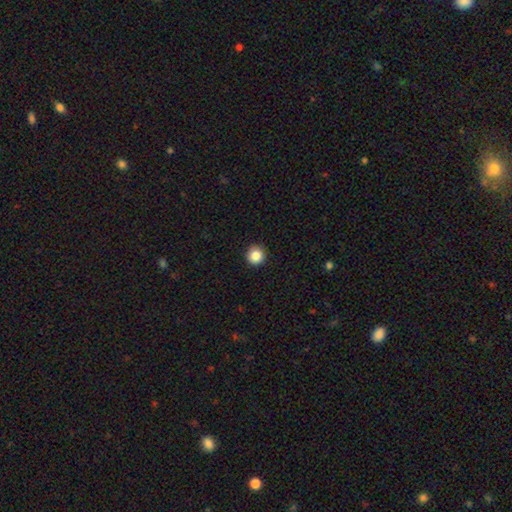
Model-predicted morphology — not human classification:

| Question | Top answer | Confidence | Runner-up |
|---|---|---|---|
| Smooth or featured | smooth | 86% | star or artifact (10%) |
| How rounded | round | 95% | in between (4%) |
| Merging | none | 91% | minor disturbance (6%) |